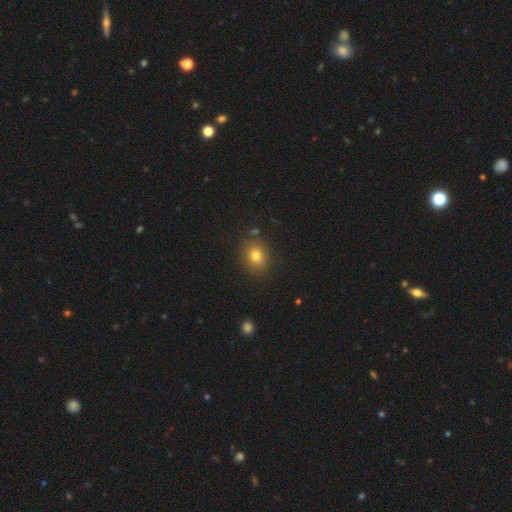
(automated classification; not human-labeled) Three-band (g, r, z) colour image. It shows a smooth galaxy with no disk features (78%) that is round (53%). Merging: none (83%).